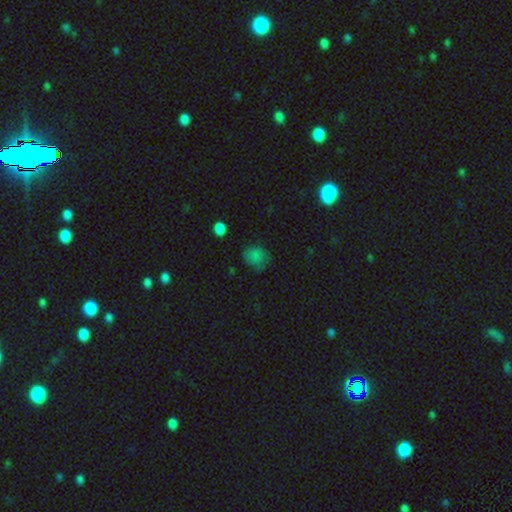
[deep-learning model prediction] smooth-or-featured: smooth: 75% | star or artifact: 16% | featured or disk: 9%
  how-rounded: round: 71% | in between: 28% | cigar-shaped: 1%
  merging: none: 60% | minor disturbance: 27% | major disturbance: 11% | merger: 2%